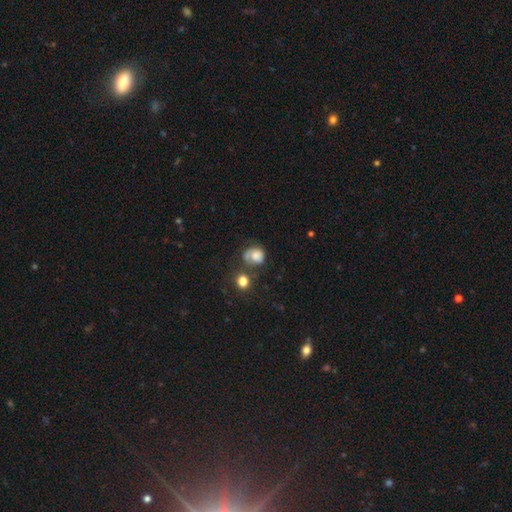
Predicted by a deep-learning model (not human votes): smooth_or_featured: smooth (p=0.66) [alt: featured or disk p=0.23]
how_rounded: round (p=0.68) [alt: in between p=0.31]
merging: none (p=0.36) [alt: minor disturbance p=0.23]